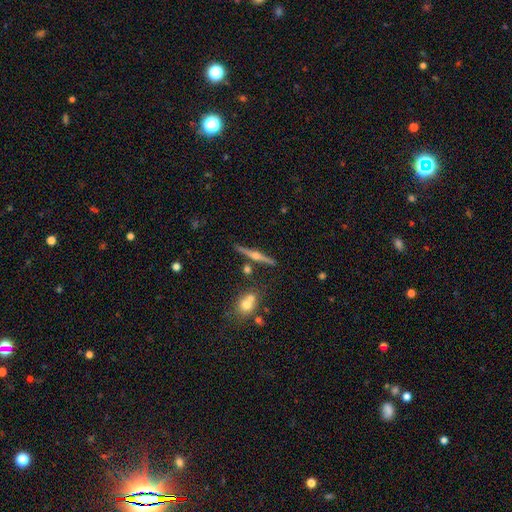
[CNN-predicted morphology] featured or disk 78%, smooth 15%, star or artifact 7%. Down the decision tree: edge-on disk — yes (98%); edge-on bulge — rounded (92%); merging — none (83%).